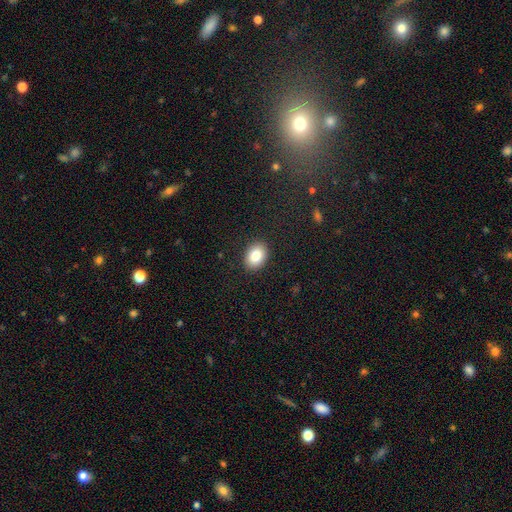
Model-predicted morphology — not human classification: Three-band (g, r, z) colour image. It shows a smooth galaxy with no disk features (84%) that is in between round and cigar-shaped (67%). Merging: none (90%).